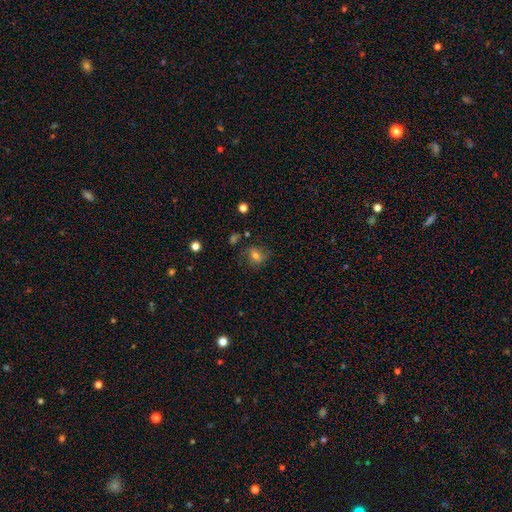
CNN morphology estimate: A smooth galaxy with no disk features (64%) that is round (51%).

Vote fractions:
- Smooth or featured? smooth: 64% / featured or disk: 23% / star or artifact: 13%
- How rounded? round: 51% / in between: 47% / cigar-shaped: 2%
- Merging? none: 65% / minor disturbance: 21% / major disturbance: 11% / merger: 3%